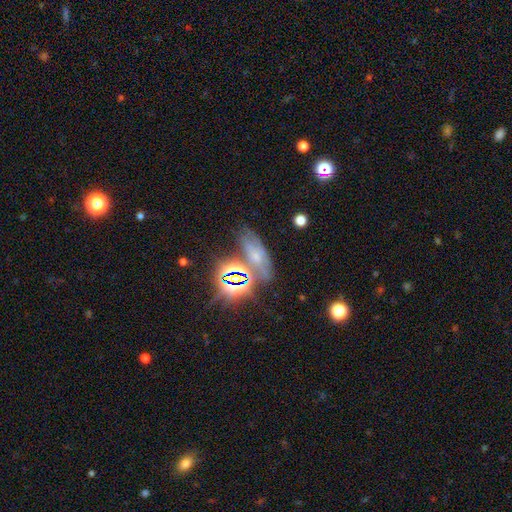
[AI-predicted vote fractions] star or artifact 40%, smooth 36%, featured or disk 24%.